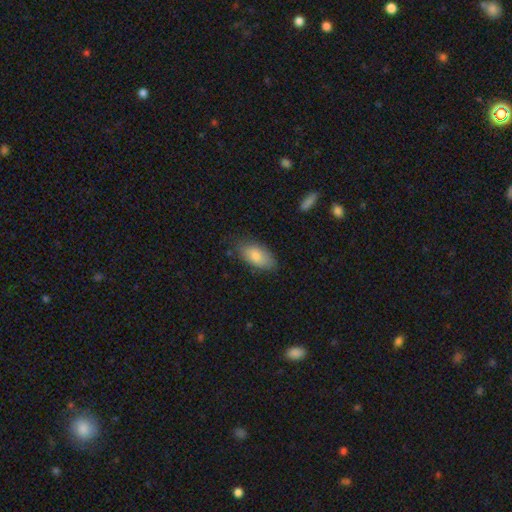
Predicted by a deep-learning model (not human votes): Smooth or featured: smooth — 83% (featured or disk — 11%)
How rounded: in between — 89% (cigar-shaped — 8%)
Merging: none — 76% (minor disturbance — 19%)